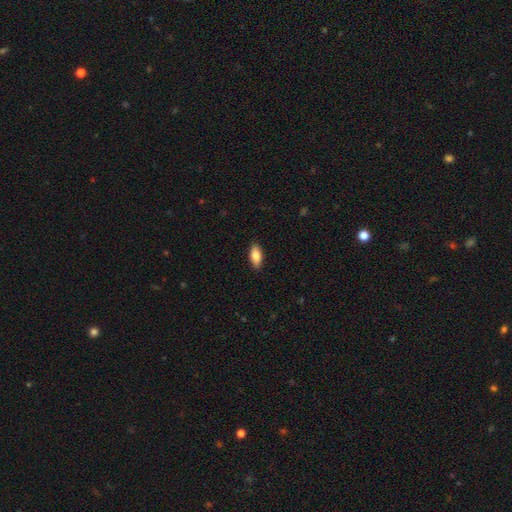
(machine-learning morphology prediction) smooth-or-featured: smooth: 84% | featured or disk: 10% | star or artifact: 6%
  how-rounded: in between: 84% | cigar-shaped: 14% | round: 2%
  merging: none: 89% | minor disturbance: 8% | major disturbance: 2% | merger: 1%